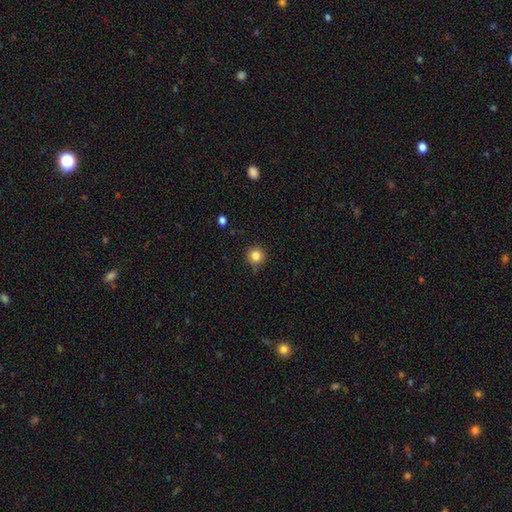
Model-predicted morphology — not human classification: Smooth or featured? Predicted: smooth (p=0.83). How rounded? Predicted: round (p=0.94). Merging? Predicted: none (p=0.86).